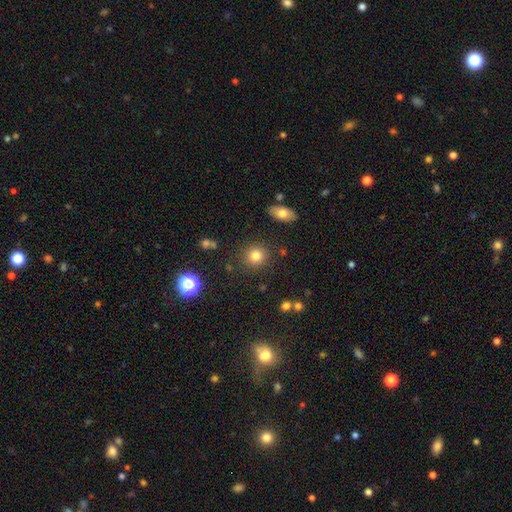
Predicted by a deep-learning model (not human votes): This is clearly a smooth galaxy (81%). How rounded: clearly round (87%). Merging: clearly none (86%).